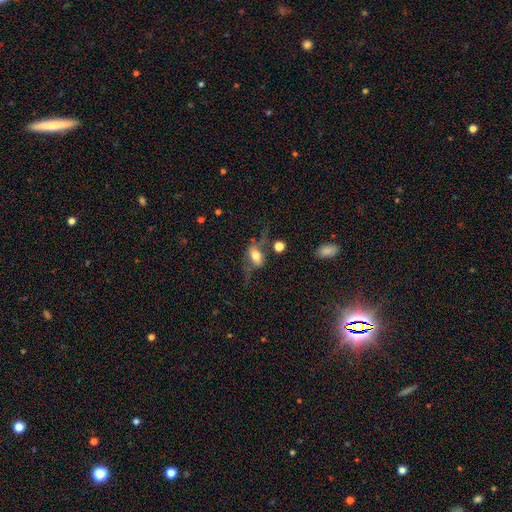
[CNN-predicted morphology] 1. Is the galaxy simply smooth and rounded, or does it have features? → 52% featured or disk, 39% smooth, 9% star or artifact.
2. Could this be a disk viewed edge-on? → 69% no, 31% yes.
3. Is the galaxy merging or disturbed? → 45% none, 28% major disturbance, 21% minor disturbance, 6% merger.